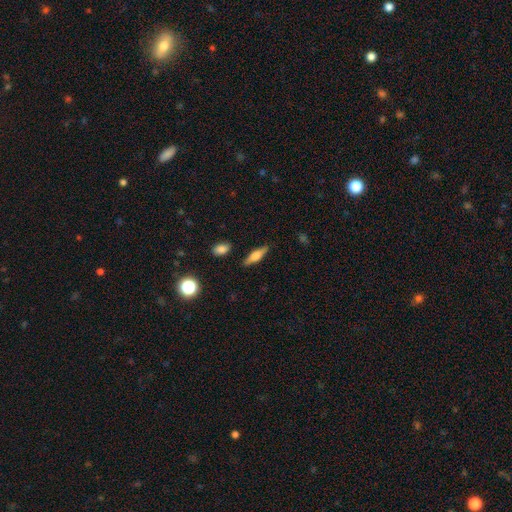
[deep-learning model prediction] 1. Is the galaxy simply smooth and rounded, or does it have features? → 48% smooth, 44% featured or disk, 8% star or artifact.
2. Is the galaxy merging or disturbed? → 87% none, 9% minor disturbance, 2% major disturbance, 2% merger.